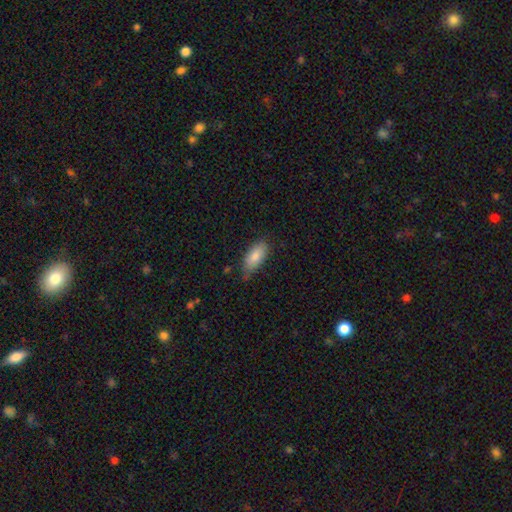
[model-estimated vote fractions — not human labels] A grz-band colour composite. It shows a smooth galaxy with no disk features (83%) that is in between round and cigar-shaped (83%). Merging: none (68%).